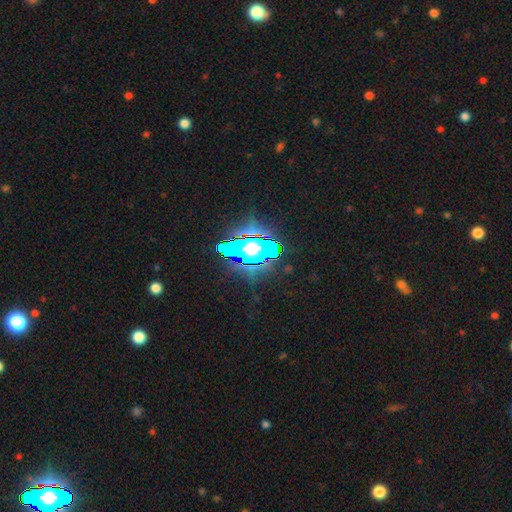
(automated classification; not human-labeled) Overall: star or artifact (54%; featured or disk 23%).